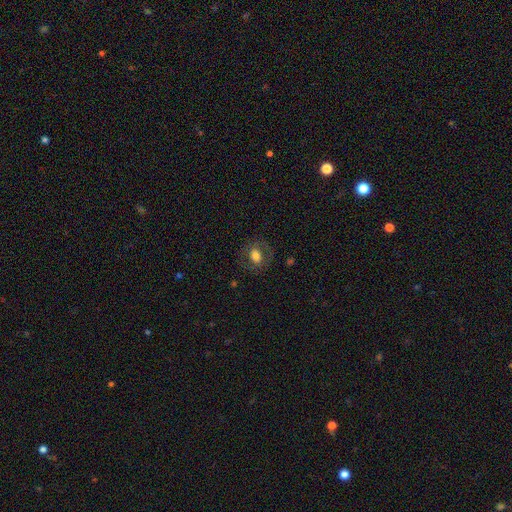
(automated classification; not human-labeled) This is likely a smooth galaxy (65%). How rounded: possibly in between (59%). Merging: likely none (75%).